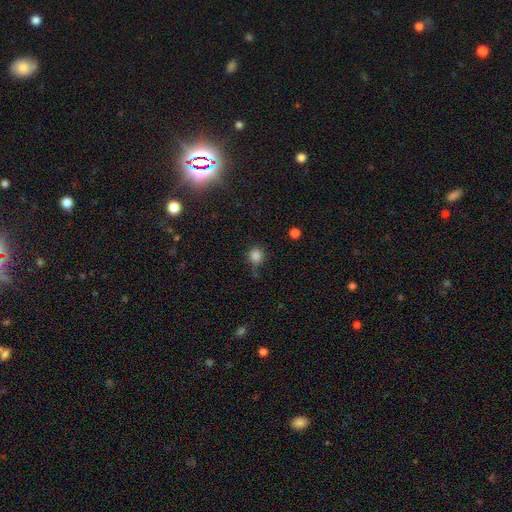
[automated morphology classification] Q: Smooth or featured?
A: smooth (83%); runner-up: star or artifact (13%)
Q: How rounded?
A: round (85%); runner-up: in between (14%)
Q: Merging?
A: none (70%); runner-up: minor disturbance (20%)